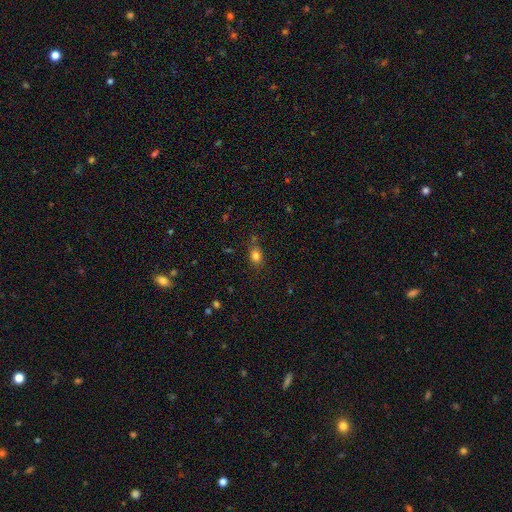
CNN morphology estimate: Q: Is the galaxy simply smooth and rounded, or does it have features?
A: smooth — 80%.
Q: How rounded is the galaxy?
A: in between — 63%.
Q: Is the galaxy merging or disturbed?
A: none — 73%.